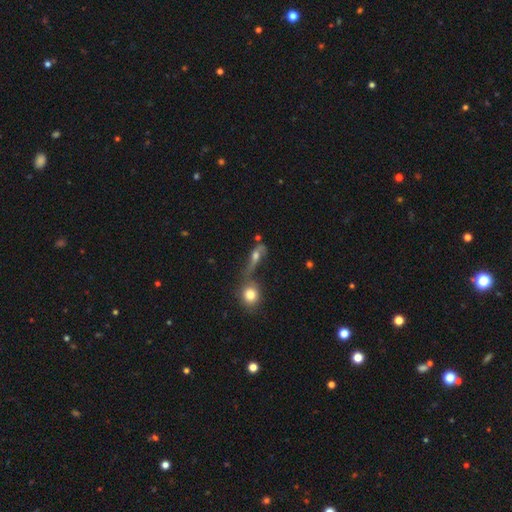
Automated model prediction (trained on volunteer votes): Smooth or featured?
  - featured or disk: 46% *
  - smooth: 39%
  - star or artifact: 14%
Merging?
  - none: 36% *
  - merger: 27%
  - major disturbance: 20%
  - minor disturbance: 17%